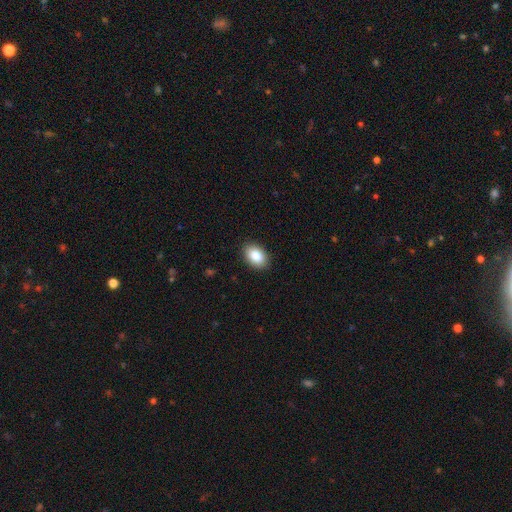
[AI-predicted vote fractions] Q: Smooth or featured?
A: smooth (88%); runner-up: star or artifact (7%)
Q: How rounded?
A: in between (86%); runner-up: round (13%)
Q: Merging?
A: none (89%); runner-up: minor disturbance (8%)